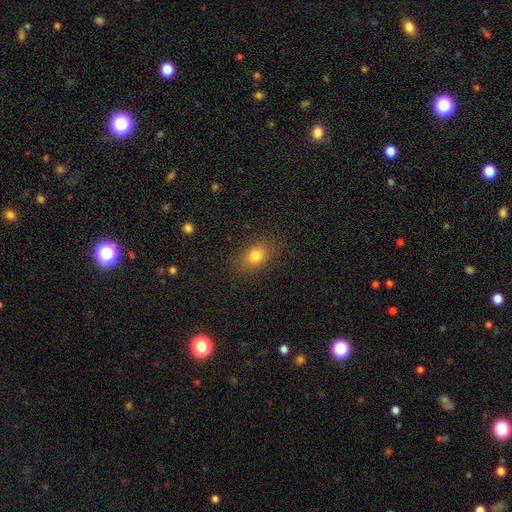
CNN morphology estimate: Overall: smooth (81%). How rounded: in between (73%). Merging: none (85%).